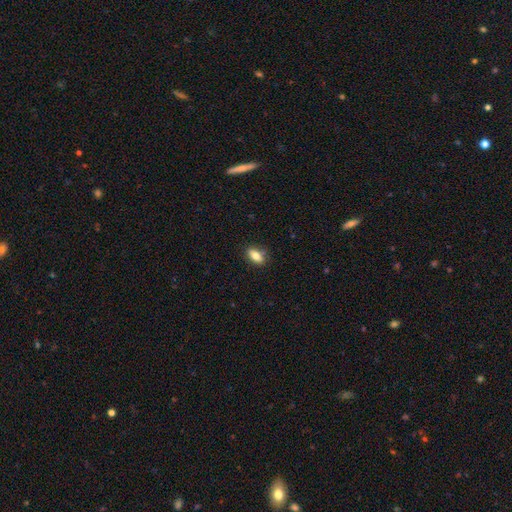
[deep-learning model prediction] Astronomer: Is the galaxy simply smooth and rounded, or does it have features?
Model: smooth — 77%.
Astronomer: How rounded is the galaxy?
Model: in between — 85%.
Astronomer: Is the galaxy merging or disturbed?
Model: none — 81%.